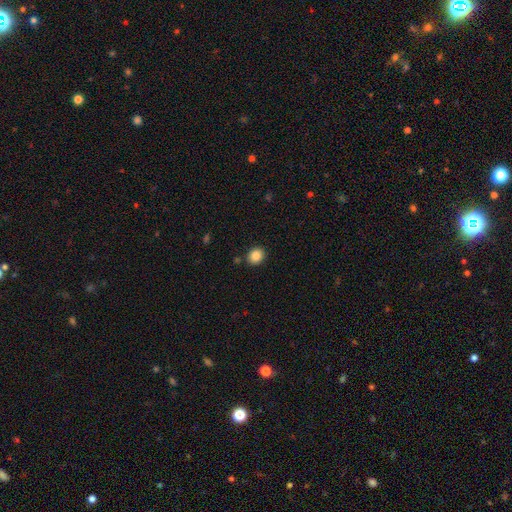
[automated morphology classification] Smooth or featured? smooth (86%)
How rounded? round (73%)
Merging? none (88%)